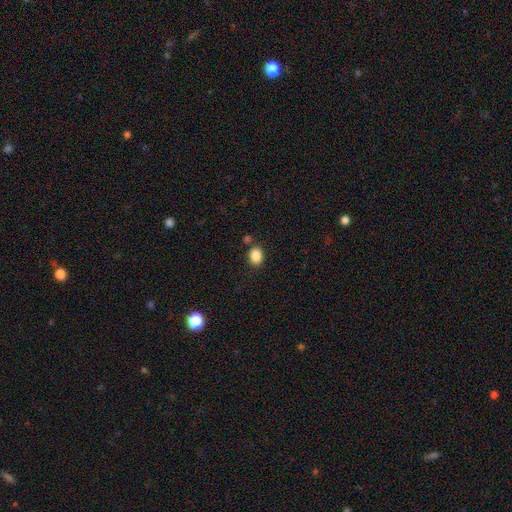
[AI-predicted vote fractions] smooth 87%, star or artifact 9%, featured or disk 4%. Down the decision tree: how rounded — in between (54%); merging — none (78%).